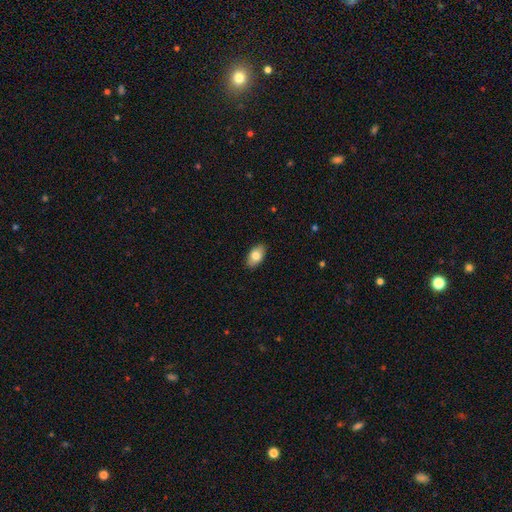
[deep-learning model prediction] A smooth galaxy with no disk features (80%) that is in between round and cigar-shaped (92%).

Vote fractions:
- Smooth or featured? smooth: 80% / featured or disk: 13% / star or artifact: 7%
- How rounded? in between: 92% / round: 6% / cigar-shaped: 2%
- Merging? none: 87% / minor disturbance: 10% / major disturbance: 2% / merger: 1%